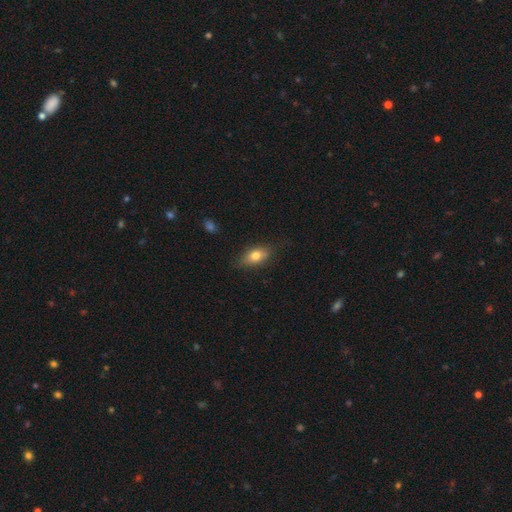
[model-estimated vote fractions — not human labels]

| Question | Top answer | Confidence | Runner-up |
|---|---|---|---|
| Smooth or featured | smooth | 75% | featured or disk (17%) |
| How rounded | in between | 82% | round (11%) |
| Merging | none | 75% | minor disturbance (19%) |